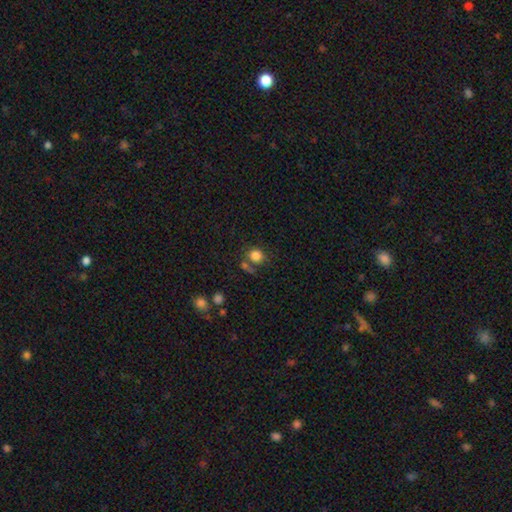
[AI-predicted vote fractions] Smooth or featured? Predicted: smooth (p=0.83). How rounded? Predicted: round (p=0.76). Merging? Predicted: none (p=0.63).